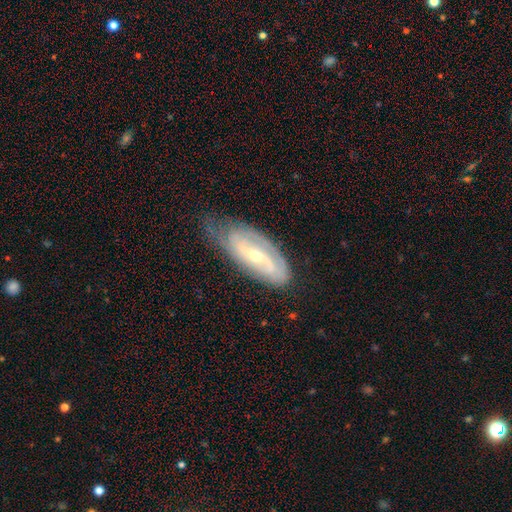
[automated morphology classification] Smooth or featured?
  - featured or disk: 82% *
  - smooth: 13%
  - star or artifact: 5%
Edge-on disk?
  - no: 92% *
  - yes: 8%
Bar?
  - weak: 38% * (tied)
  - no: 38% * (tied)
  - strong: 24%
Spiral arms?
  - yes: 92% *
  - no: 8%
Spiral winding?
  - tight: 51% *
  - medium: 36%
  - loose: 14%
Spiral arm count?
  - 2: 58% *
  - can't tell: 24%
  - 3: 7%
  - 1: 7%
  - 4: 2%
  - more than 4: 2%
Bulge size?
  - small: 59% *
  - moderate: 38%
  - large: 1%
  - none: 1%
  - dominant: 1%
Merging?
  - none: 57% *
  - minor disturbance: 31%
  - major disturbance: 11%
  - merger: 2%